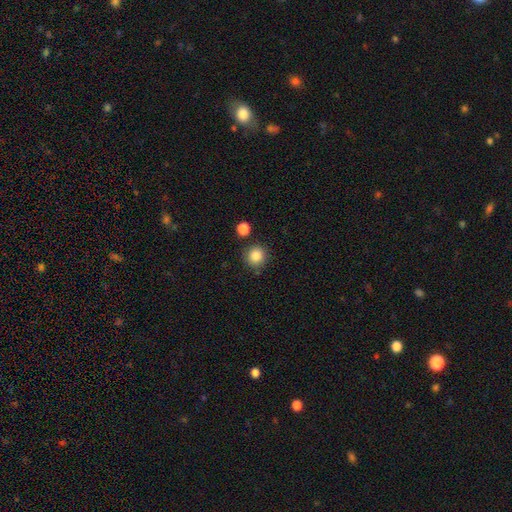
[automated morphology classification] smooth_or_featured: smooth (p=0.85) [alt: star or artifact p=0.10]
how_rounded: round (p=0.93) [alt: in between p=0.06]
merging: none (p=0.84) [alt: minor disturbance p=0.08]